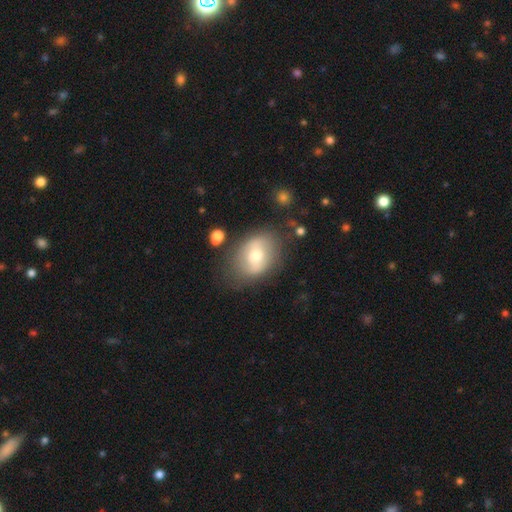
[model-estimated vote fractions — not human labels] Smooth or featured? Predicted: smooth (p=0.50). Merging? Predicted: none (p=0.71).